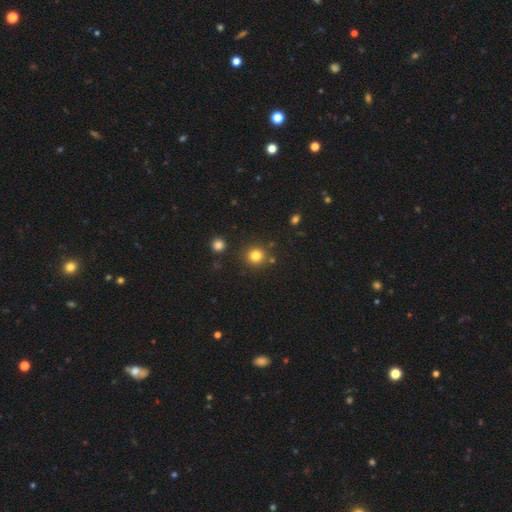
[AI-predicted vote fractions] A smooth galaxy with no disk features (81%) that is round (92%).

Vote fractions:
- Smooth or featured? smooth: 81% / star or artifact: 13% / featured or disk: 6%
- How rounded? round: 92% / in between: 7% / cigar-shaped: 1%
- Merging? none: 85% / minor disturbance: 7% / merger: 5% / major disturbance: 3%